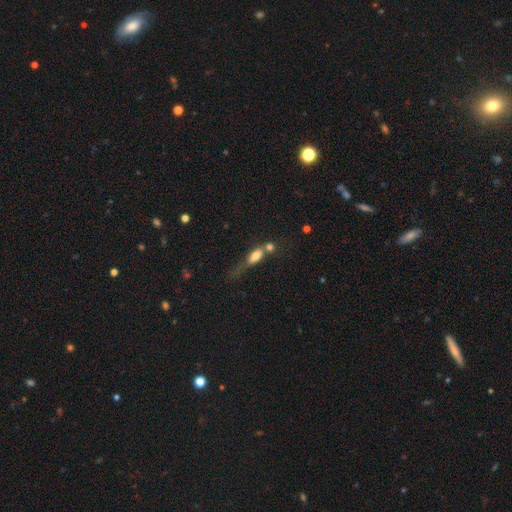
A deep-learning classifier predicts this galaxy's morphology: smooth_or_featured: smooth (p=0.68) [alt: featured or disk p=0.22]
how_rounded: in between (p=0.67) [alt: cigar-shaped p=0.26]
merging: merger (p=0.43) [alt: none p=0.23]